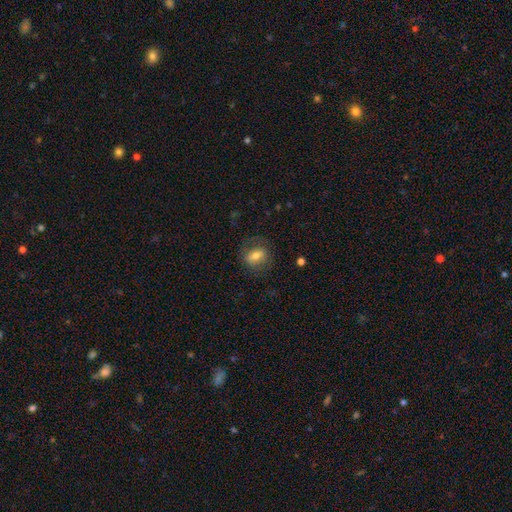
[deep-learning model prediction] Q: Smooth or featured?
A: smooth (64%); runner-up: featured or disk (27%)
Q: How rounded?
A: in between (62%); runner-up: round (34%)
Q: Merging?
A: none (70%); runner-up: minor disturbance (17%)